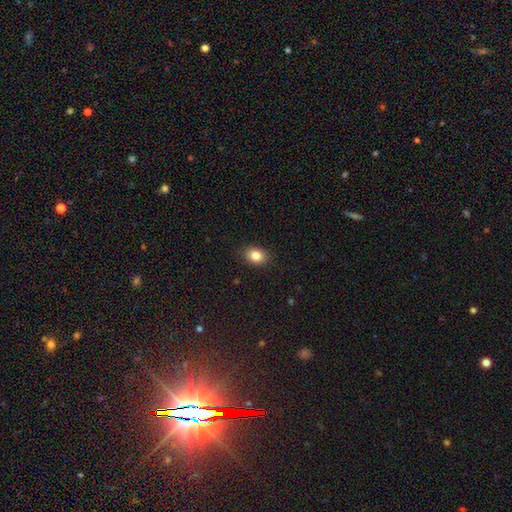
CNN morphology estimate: type=smooth (85%); roundness=in between (71%); merging=none (88%).